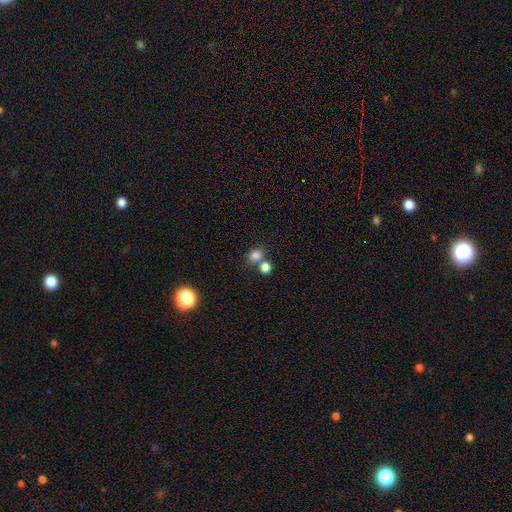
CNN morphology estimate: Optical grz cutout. It shows a smooth galaxy with no disk features (80%) that is round (65%). Merging: none (57%).